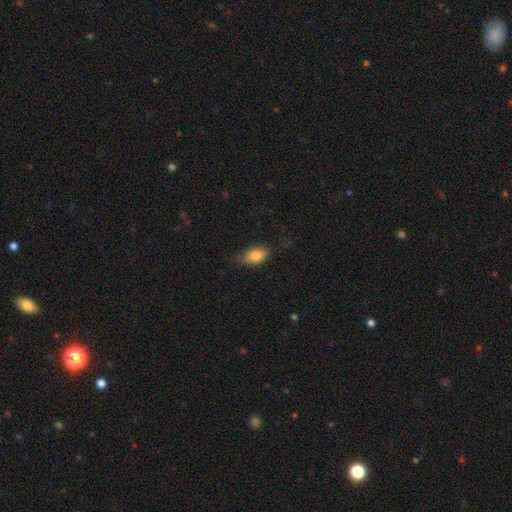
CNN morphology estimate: Overall: smooth (83%). How rounded: in between (90%). Merging: none (72%).